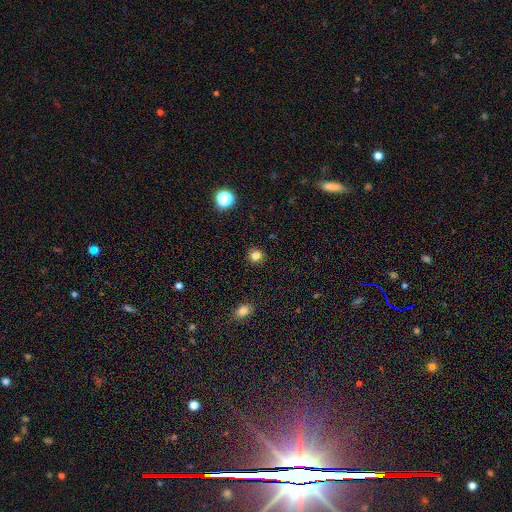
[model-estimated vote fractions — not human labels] Smooth or featured? Predicted: smooth (p=0.82). How rounded? Predicted: round (p=0.89). Merging? Predicted: none (p=0.91).